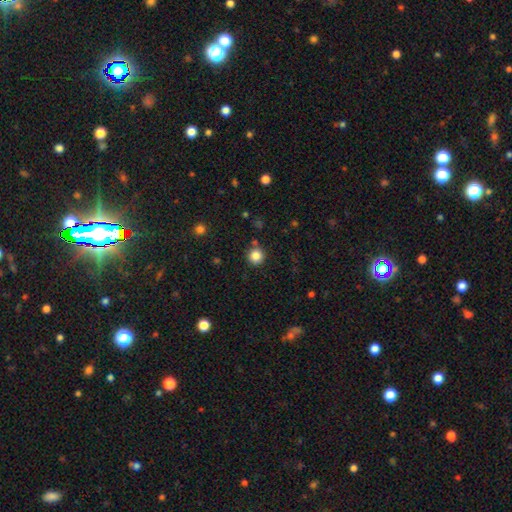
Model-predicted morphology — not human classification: This appears to be a smooth galaxy with no disk features (84%) that is round (94%). Merging: none (86%).